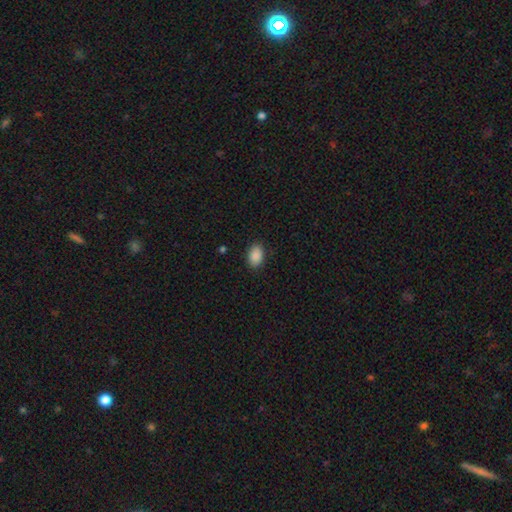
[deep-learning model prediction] Overall: smooth (90%). How rounded: in between (87%). Merging: none (87%).